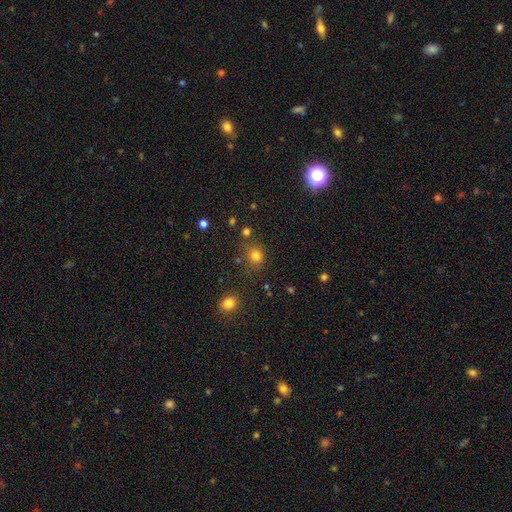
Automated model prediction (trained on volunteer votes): Smooth or featured?
  - smooth: 78% *
  - star or artifact: 16%
  - featured or disk: 6%
How rounded?
  - round: 78% *
  - in between: 21%
  - cigar-shaped: 1%
Merging?
  - none: 74% *
  - minor disturbance: 14%
  - merger: 7%
  - major disturbance: 5%